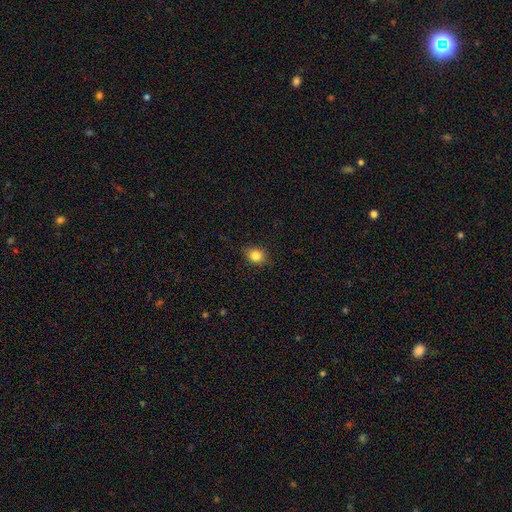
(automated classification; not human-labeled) smooth 84%, star or artifact 11%, featured or disk 6%. Down the decision tree: how rounded — round (59%); merging — none (86%).